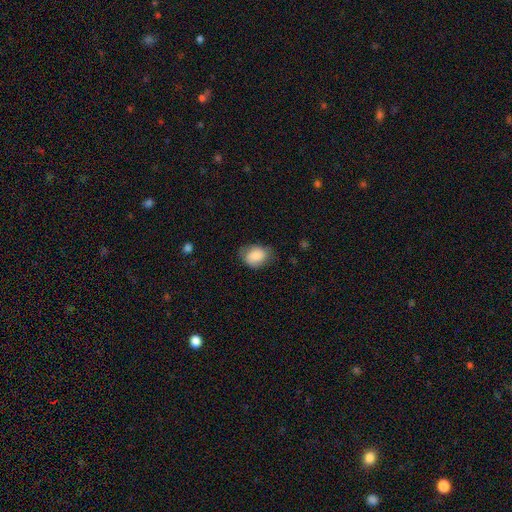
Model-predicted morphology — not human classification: Smooth or featured?
  - smooth: 83% *
  - featured or disk: 9%
  - star or artifact: 7%
How rounded?
  - in between: 58% *
  - round: 41%
  - cigar-shaped: 1%
Merging?
  - none: 62% *
  - minor disturbance: 29%
  - major disturbance: 8%
  - merger: 1%